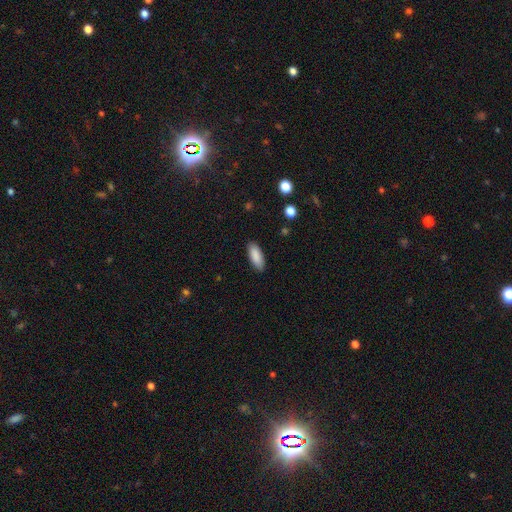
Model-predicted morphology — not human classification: Smooth or featured: smooth — 89% (star or artifact — 6%)
How rounded: in between — 77% (cigar-shaped — 22%)
Merging: none — 89% (minor disturbance — 8%)